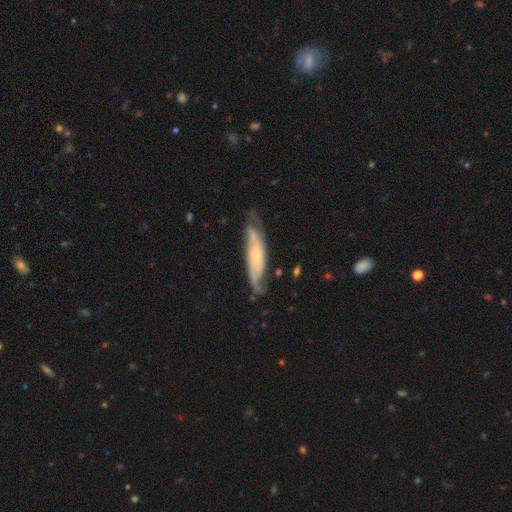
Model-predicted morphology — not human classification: Overall: featured or disk (68%). Edge-on disk: no (66%; yes 34%). Merging: none (64%).